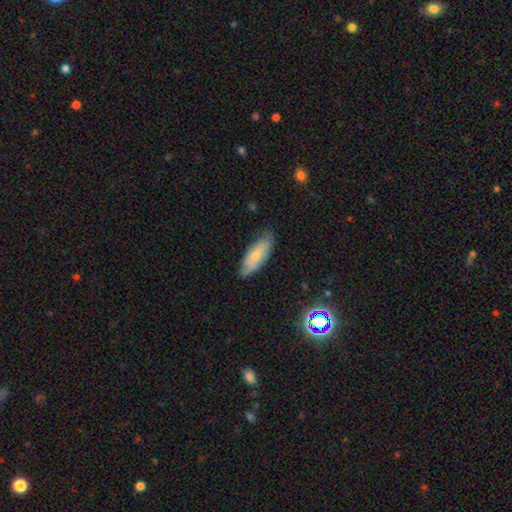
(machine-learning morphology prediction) This is possibly a smooth galaxy (59%). How rounded: likely in between (69%). Merging: likely none (72%).